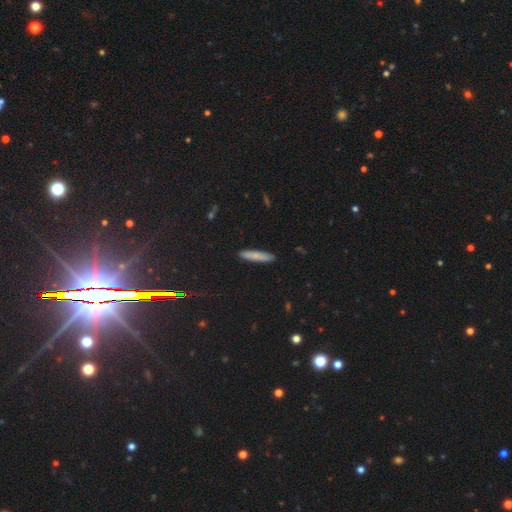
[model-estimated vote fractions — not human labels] Overall: smooth (78%). How rounded: cigar-shaped (88%). Merging: none (90%).